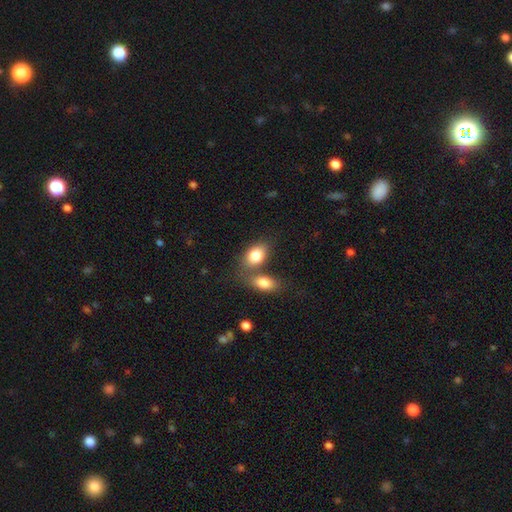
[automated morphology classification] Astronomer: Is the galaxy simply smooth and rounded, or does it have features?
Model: smooth — 82%.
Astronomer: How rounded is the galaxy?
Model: in between — 84%.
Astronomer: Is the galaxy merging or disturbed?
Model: none — 43%, tied with merger at 43%.